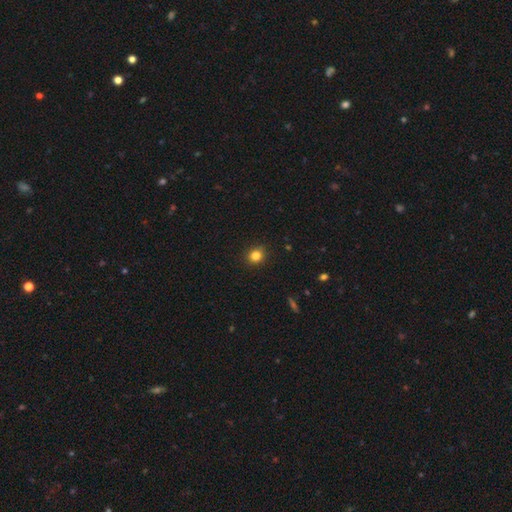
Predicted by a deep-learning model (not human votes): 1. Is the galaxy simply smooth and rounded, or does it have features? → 83% smooth, 12% star or artifact, 5% featured or disk.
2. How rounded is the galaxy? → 82% round, 17% in between, 1% cigar-shaped.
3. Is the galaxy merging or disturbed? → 89% none, 8% minor disturbance, 2% major disturbance, 1% merger.